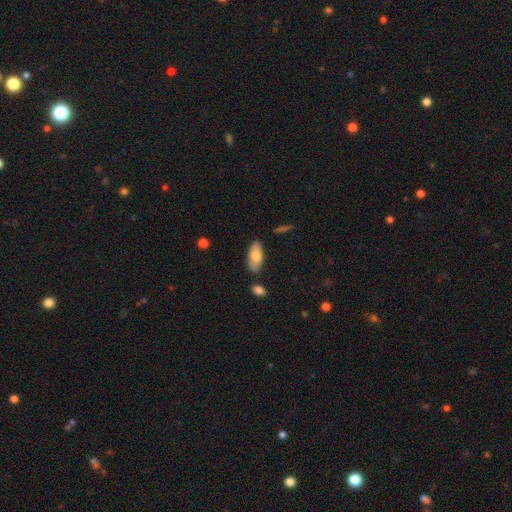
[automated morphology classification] smooth_or_featured: smooth (p=0.74) [alt: featured or disk p=0.20]
how_rounded: in between (p=0.88) [alt: cigar-shaped p=0.10]
merging: none (p=0.78) [alt: minor disturbance p=0.14]